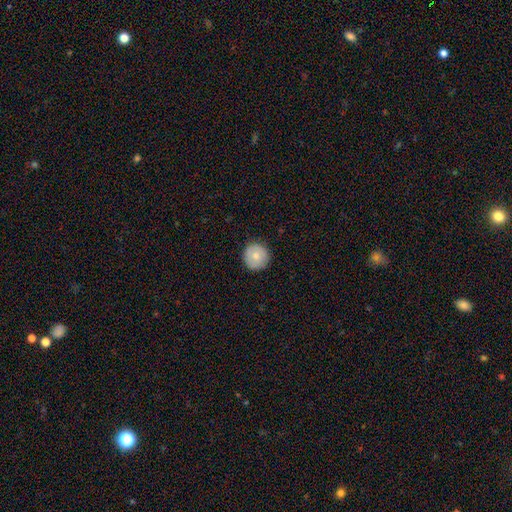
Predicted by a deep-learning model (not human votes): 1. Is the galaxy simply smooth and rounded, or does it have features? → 75% smooth, 18% featured or disk, 7% star or artifact.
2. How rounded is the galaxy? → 95% round, 4% in between, 1% cigar-shaped.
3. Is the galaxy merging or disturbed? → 89% none, 8% minor disturbance, 2% major disturbance, 1% merger.